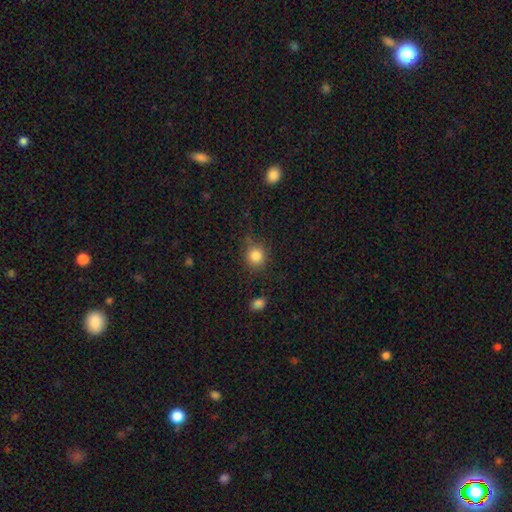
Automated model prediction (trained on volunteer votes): This is clearly a smooth galaxy (84%). How rounded: clearly round (87%). Merging: likely none (75%).